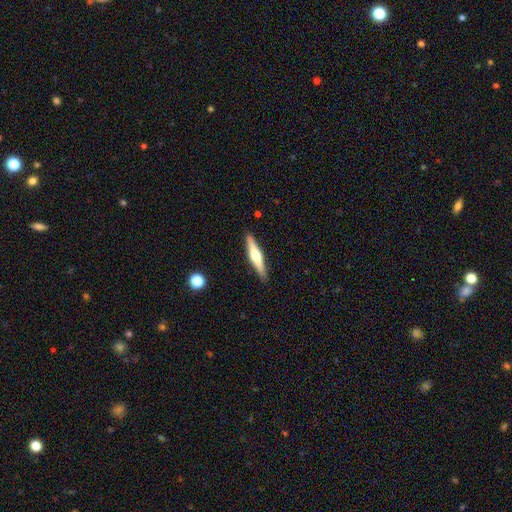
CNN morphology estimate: A featured or disk galaxy (60%) viewed edge-on (97%) with a rounded central bulge (92%).

Vote fractions:
- Smooth or featured? featured or disk: 60% / smooth: 35% / star or artifact: 5%
- Edge-on disk? yes: 97% / no: 3%
- Edge-on bulge? rounded: 92% / boxy: 5% / none: 4%
- Merging? none: 90% / minor disturbance: 7% / major disturbance: 1% / merger: 1%